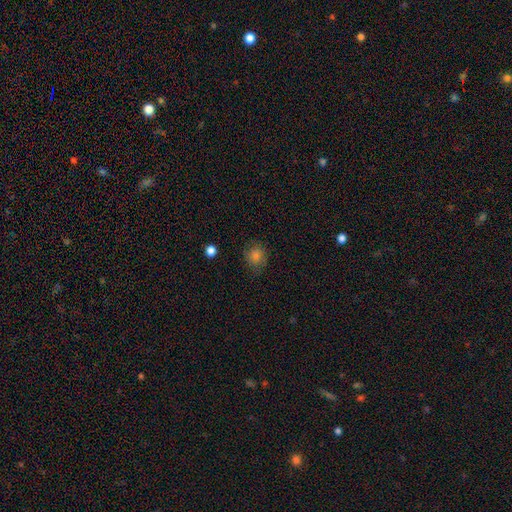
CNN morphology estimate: A smooth galaxy with no disk features (72%) that is round (83%). Merging: none (79%).